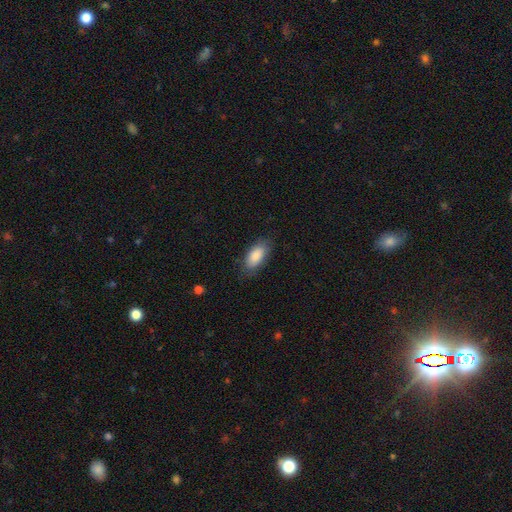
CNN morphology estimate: This appears to be a smooth galaxy with no disk features (87%) that is in between round and cigar-shaped (91%). Merging: none (80%).